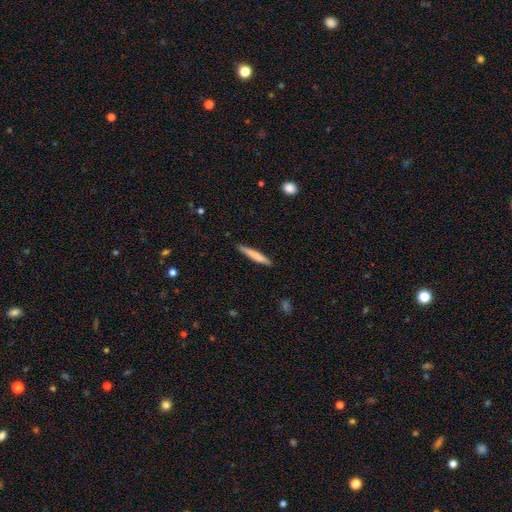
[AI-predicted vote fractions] smooth 74%, featured or disk 20%, star or artifact 6%. Down the decision tree: how rounded — cigar-shaped (94%); merging — none (86%).